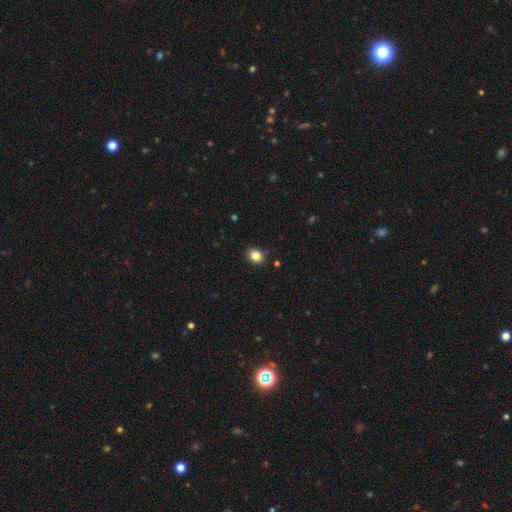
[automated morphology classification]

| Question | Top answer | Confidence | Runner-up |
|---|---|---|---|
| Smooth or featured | smooth | 84% | star or artifact (10%) |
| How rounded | round | 50% | tied: in between (50%) |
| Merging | none | 88% | minor disturbance (9%) |